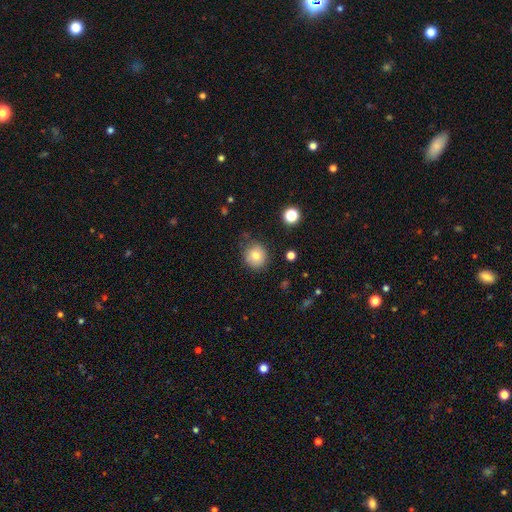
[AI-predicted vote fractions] Smooth or featured: smooth — 78% (featured or disk — 11%)
How rounded: round — 89% (in between — 10%)
Merging: none — 80% (minor disturbance — 14%)